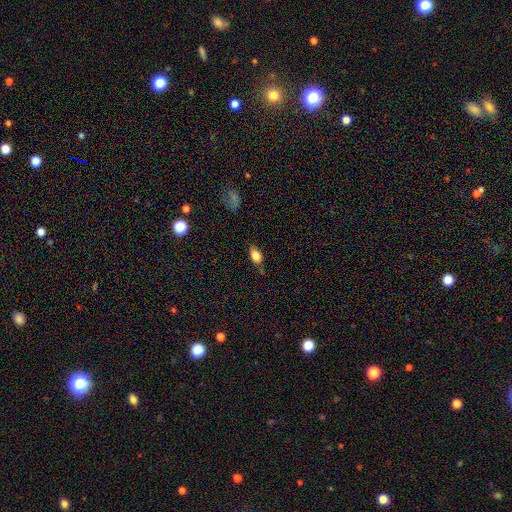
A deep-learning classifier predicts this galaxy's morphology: Smooth or featured?
  - smooth: 76% *
  - featured or disk: 15%
  - star or artifact: 9%
How rounded?
  - in between: 86% *
  - round: 7%
  - cigar-shaped: 7%
Merging?
  - none: 71% *
  - minor disturbance: 21%
  - major disturbance: 5%
  - merger: 3%